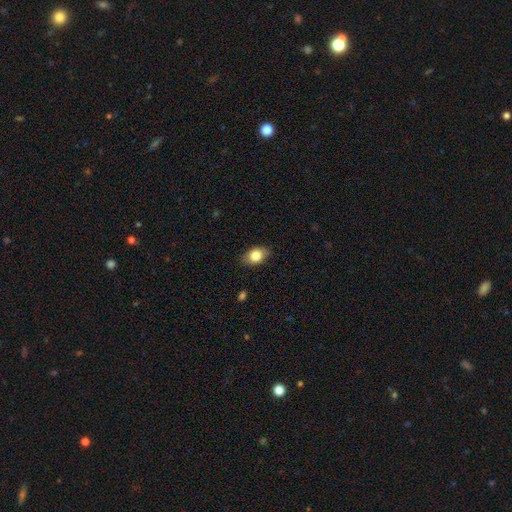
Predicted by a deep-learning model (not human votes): Smooth or featured?
  - smooth: 82% *
  - featured or disk: 10%
  - star or artifact: 8%
How rounded?
  - in between: 80% *
  - round: 18%
  - cigar-shaped: 2%
Merging?
  - none: 84% *
  - minor disturbance: 13%
  - major disturbance: 3%
  - merger: 1%